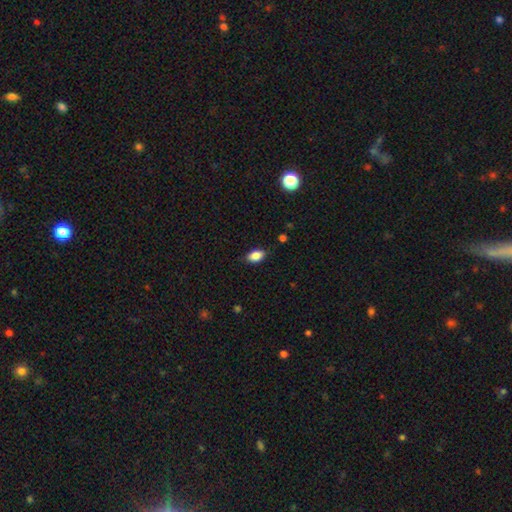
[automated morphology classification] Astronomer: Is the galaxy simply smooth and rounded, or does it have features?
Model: smooth — 85%.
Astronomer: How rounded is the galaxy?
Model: in between — 89%.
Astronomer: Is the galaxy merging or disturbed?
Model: none — 83%.